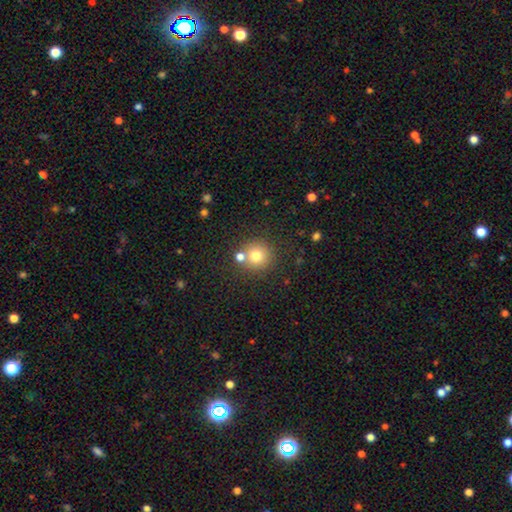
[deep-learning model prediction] A smooth galaxy with no disk features (77%) that is round (93%). Merging: none (71%).